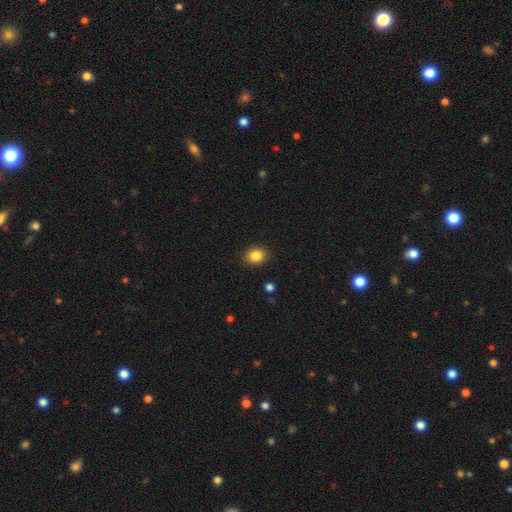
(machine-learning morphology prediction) A smooth galaxy with no disk features (85%) that is in between round and cigar-shaped (50%). Merging: none (89%).